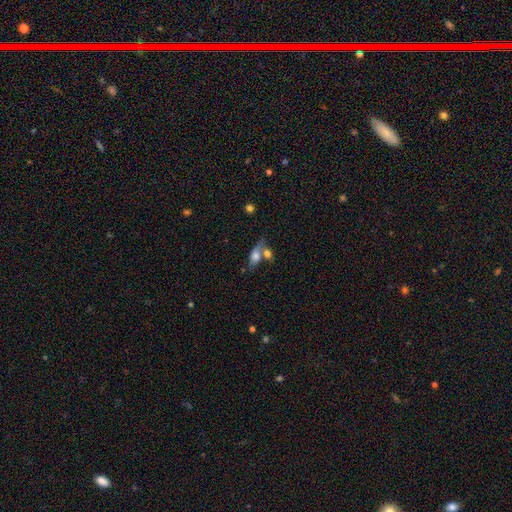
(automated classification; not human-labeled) This appears to be a smooth galaxy with no disk features (59%) that is in between round and cigar-shaped (72%). Merging: merger (43%).